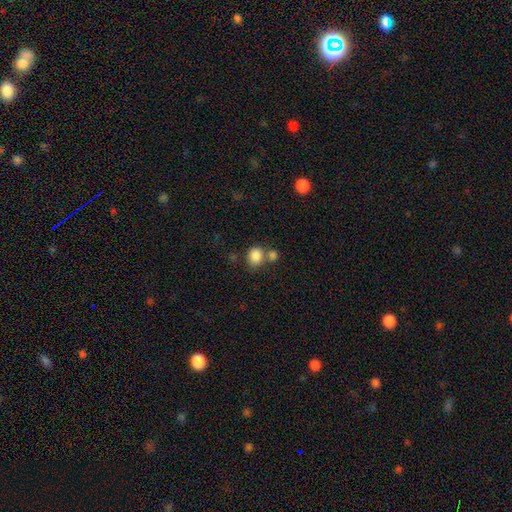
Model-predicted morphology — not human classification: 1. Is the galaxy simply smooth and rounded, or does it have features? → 85% smooth, 10% star or artifact, 6% featured or disk.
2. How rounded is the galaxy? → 55% round, 44% in between, 1% cigar-shaped.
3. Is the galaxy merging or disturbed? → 49% none, 34% merger, 12% minor disturbance, 5% major disturbance.